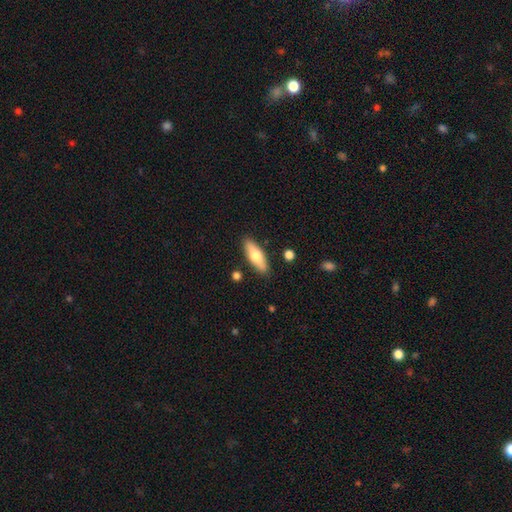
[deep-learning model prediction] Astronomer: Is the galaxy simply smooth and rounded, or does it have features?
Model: smooth — 67%.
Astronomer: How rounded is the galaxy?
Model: in between — 60% (runner-up: cigar-shaped, 38%).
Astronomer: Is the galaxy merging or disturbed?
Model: none — 86%.